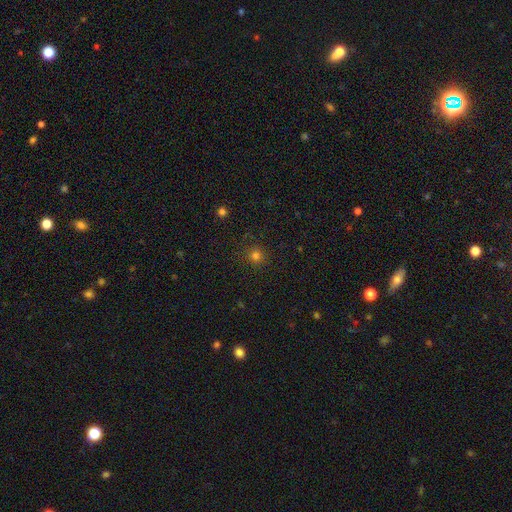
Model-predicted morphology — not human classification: This is likely a smooth galaxy (77%). How rounded: clearly round (94%). Merging: clearly none (89%).